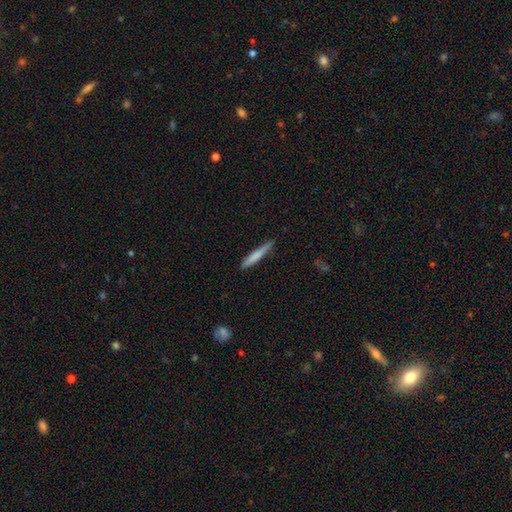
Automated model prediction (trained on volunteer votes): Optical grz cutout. It shows a smooth galaxy with no disk features (72%) that is cigar-shaped (95%). Merging: none (83%).